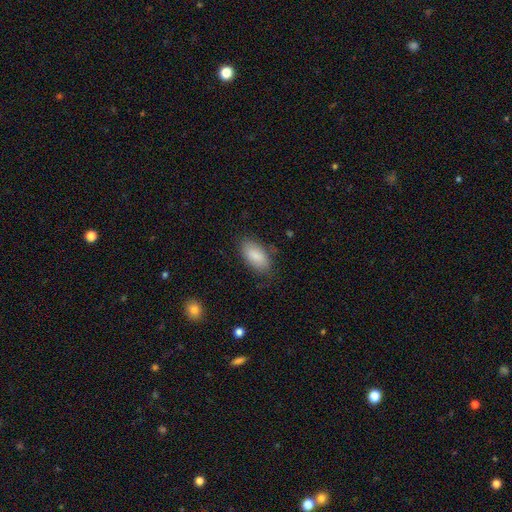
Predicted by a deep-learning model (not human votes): Smooth or featured: smooth — 86% (featured or disk — 7%)
How rounded: in between — 92% (cigar-shaped — 5%)
Merging: none — 77% (minor disturbance — 17%)